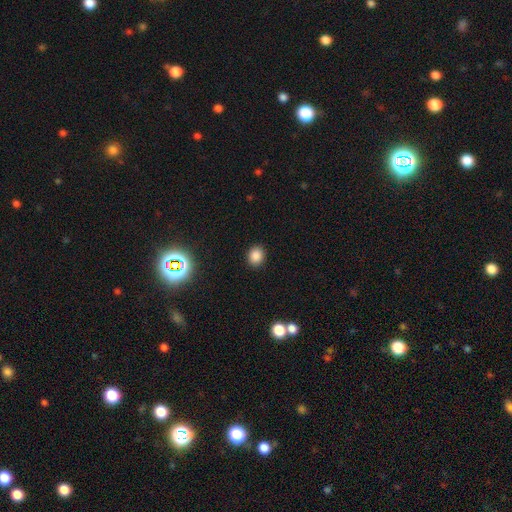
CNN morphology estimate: smooth-or-featured: smooth: 84% | star or artifact: 13% | featured or disk: 4%
  how-rounded: round: 70% | in between: 29% | cigar-shaped: 1%
  merging: none: 89% | minor disturbance: 7% | major disturbance: 2% | merger: 1%